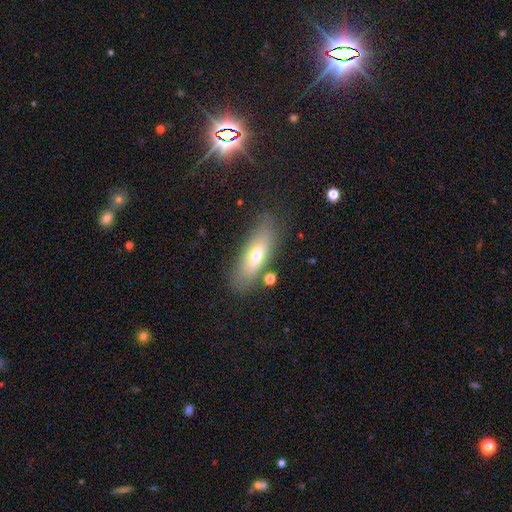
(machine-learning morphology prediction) Smooth or featured? Predicted: smooth (p=0.60). How rounded? Predicted: in between (p=0.58). Merging? Predicted: none (p=0.75).